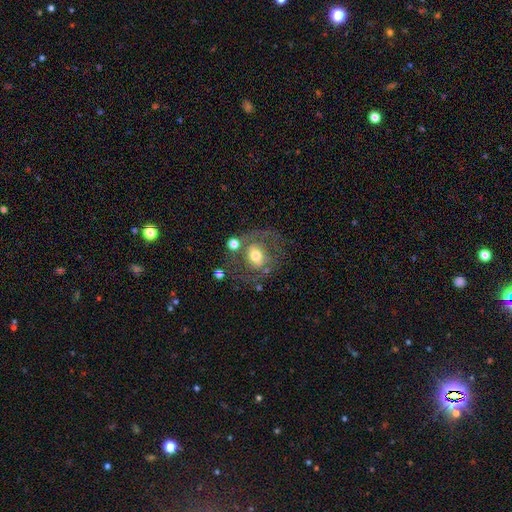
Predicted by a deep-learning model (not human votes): Smooth or featured? featured or disk (56%)
Edge-on disk? no (95%)
Bar? no (52%)
Spiral arms? yes (51%)
Bulge size? moderate (68%)
Merging? none (58%)